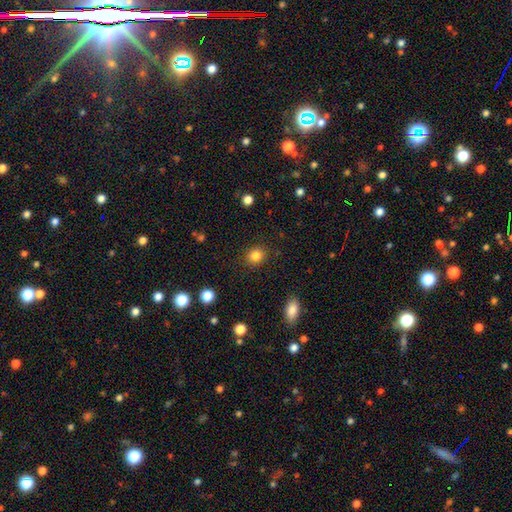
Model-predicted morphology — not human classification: Smooth or featured?
  - smooth: 84% *
  - star or artifact: 10%
  - featured or disk: 5%
How rounded?
  - round: 71% *
  - in between: 28%
  - cigar-shaped: 1%
Merging?
  - none: 89% *
  - minor disturbance: 7%
  - major disturbance: 2%
  - merger: 1%